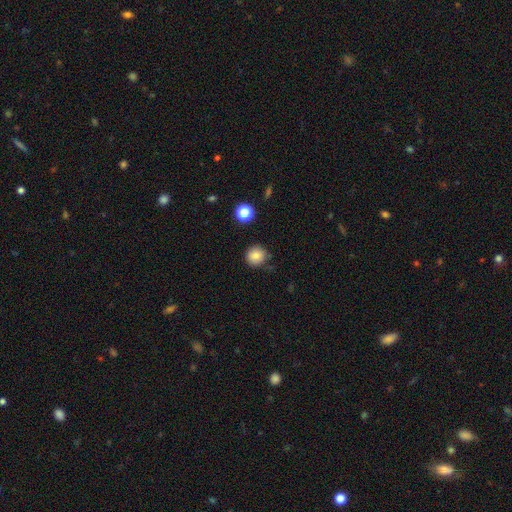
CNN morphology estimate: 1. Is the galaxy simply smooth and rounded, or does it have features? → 83% smooth, 11% star or artifact, 6% featured or disk.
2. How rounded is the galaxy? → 93% round, 6% in between, 1% cigar-shaped.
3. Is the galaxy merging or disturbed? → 83% none, 11% minor disturbance, 3% merger, 3% major disturbance.